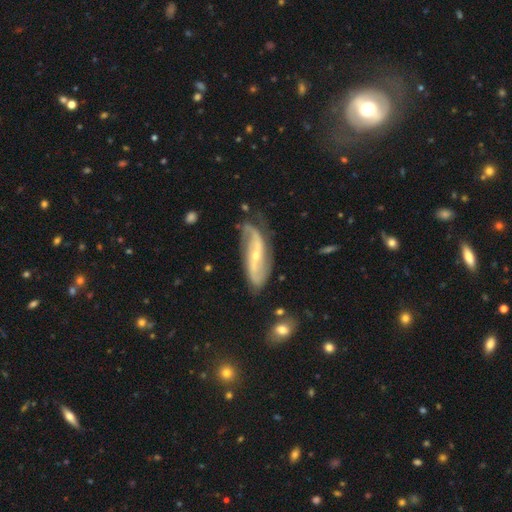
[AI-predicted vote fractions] This is clearly a featured or disk galaxy (86%). It is clearly not viewed edge-on (89%). Bar: marginally no (38%). Spiral arm pattern: clearly yes (95%). Spiral arm count: clearly 2 (85%). Spiral winding: possibly loose (55%). Central bulge: likely small (71%). Merging: likely none (66%).